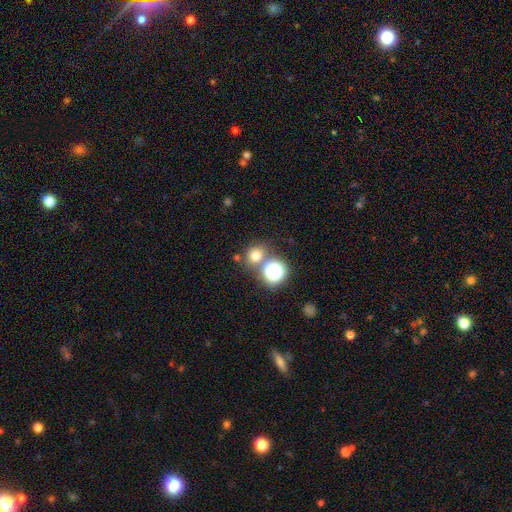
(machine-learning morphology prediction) type=smooth (70%); roundness=round (81%); merging=none (65%).